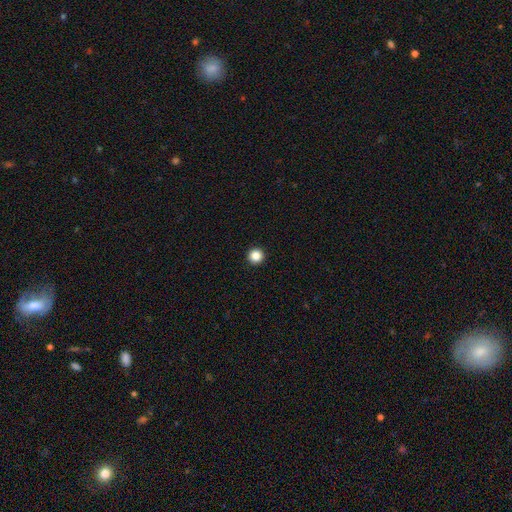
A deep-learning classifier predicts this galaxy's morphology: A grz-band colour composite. It shows a smooth galaxy with no disk features (86%) that is round (97%). Merging: none (94%).